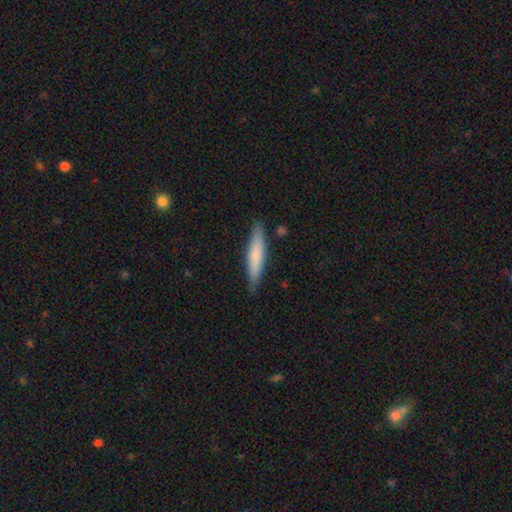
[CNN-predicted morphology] Overall: smooth (70%). How rounded: cigar-shaped (89%). Merging: none (86%).